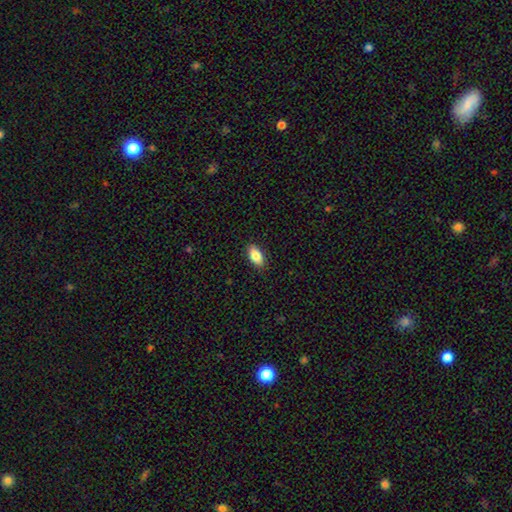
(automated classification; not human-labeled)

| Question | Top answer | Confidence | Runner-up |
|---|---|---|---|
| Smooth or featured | smooth | 85% | featured or disk (8%) |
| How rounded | in between | 91% | cigar-shaped (6%) |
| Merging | none | 89% | minor disturbance (9%) |